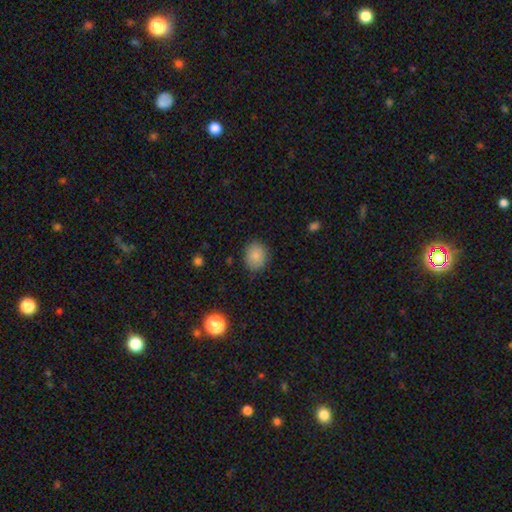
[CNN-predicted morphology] A smooth galaxy with no disk features (85%) that is round (58%). Merging: none (84%).